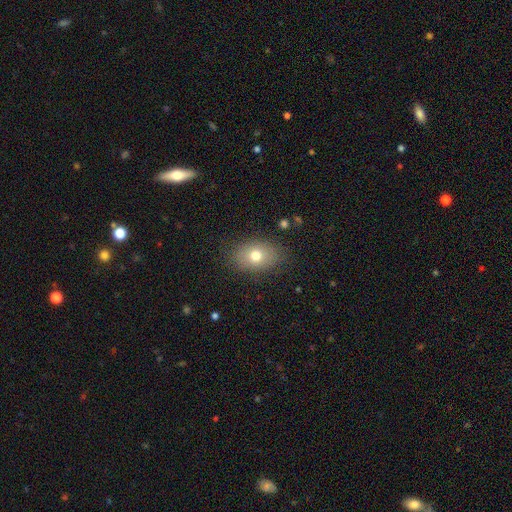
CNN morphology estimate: Smooth or featured? Predicted: smooth (p=0.73). How rounded? Predicted: in between (p=0.78). Merging? Predicted: none (p=0.82).